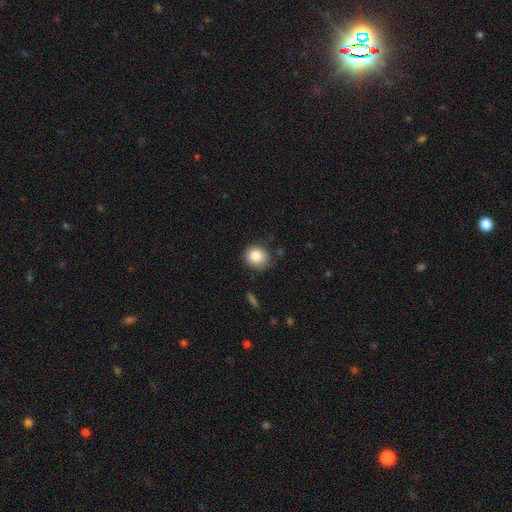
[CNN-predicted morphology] Smooth or featured? smooth (84%)
How rounded? round (83%)
Merging? none (78%)